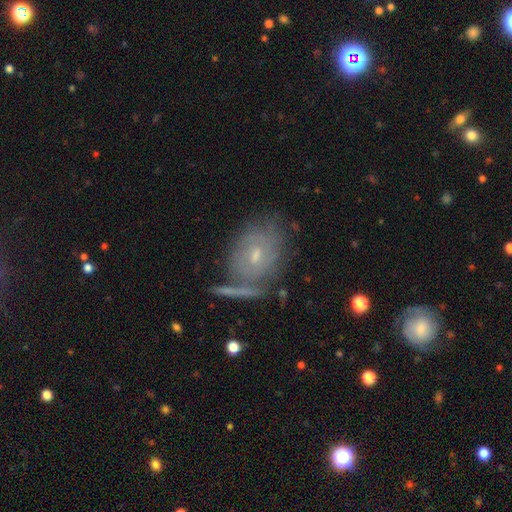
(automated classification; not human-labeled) This is likely a featured or disk galaxy (60%). It is clearly not viewed edge-on (90%). Bar: likely no (64%). Spiral arm pattern: likely yes (68%). Central bulge: possibly small (57%). Merging: possibly none (57%).